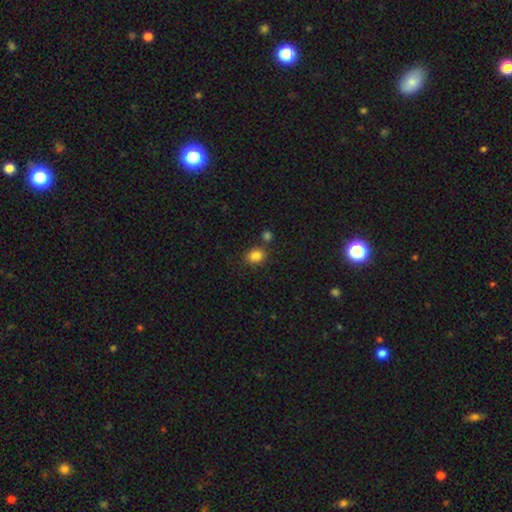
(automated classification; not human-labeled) Smooth or featured? smooth (84%)
How rounded? round (60%)
Merging? none (76%)